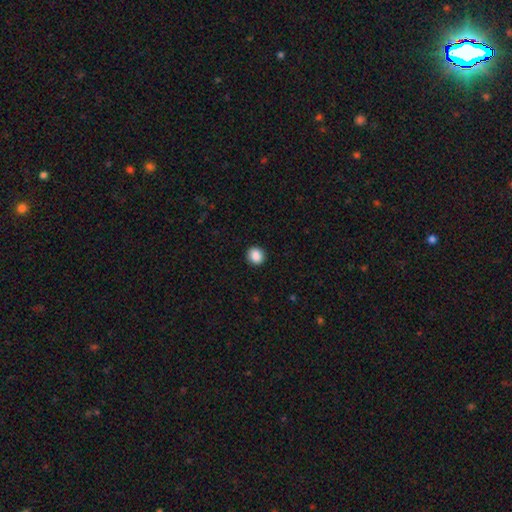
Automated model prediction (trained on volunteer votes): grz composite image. It shows a smooth galaxy with no disk features (88%) that is round (88%). Merging: none (92%).